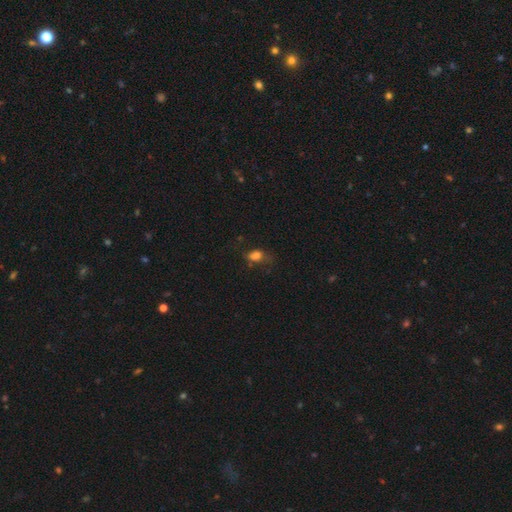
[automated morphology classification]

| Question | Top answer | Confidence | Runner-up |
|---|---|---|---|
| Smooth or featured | smooth | 70% | star or artifact (17%) |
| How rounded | in between | 77% | round (18%) |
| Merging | none | 42% | minor disturbance (26%) |